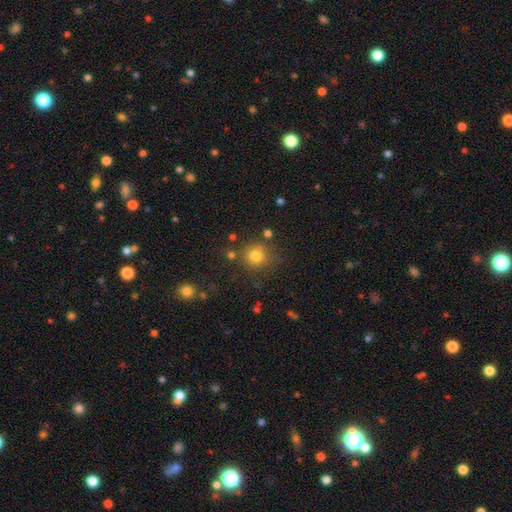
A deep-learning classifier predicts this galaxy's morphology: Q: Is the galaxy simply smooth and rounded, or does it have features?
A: smooth — 79%.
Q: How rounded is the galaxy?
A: round — 90%.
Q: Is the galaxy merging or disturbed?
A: none — 77%.